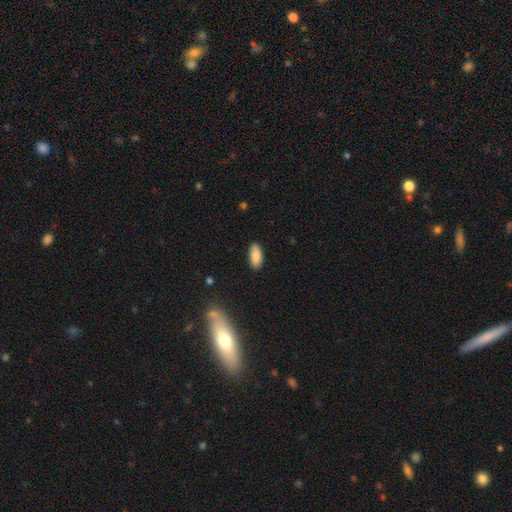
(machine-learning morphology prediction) Smooth or featured?
  - smooth: 87% *
  - star or artifact: 7%
  - featured or disk: 6%
How rounded?
  - in between: 89% *
  - cigar-shaped: 9%
  - round: 2%
Merging?
  - none: 87% *
  - minor disturbance: 10%
  - major disturbance: 2%
  - merger: 1%